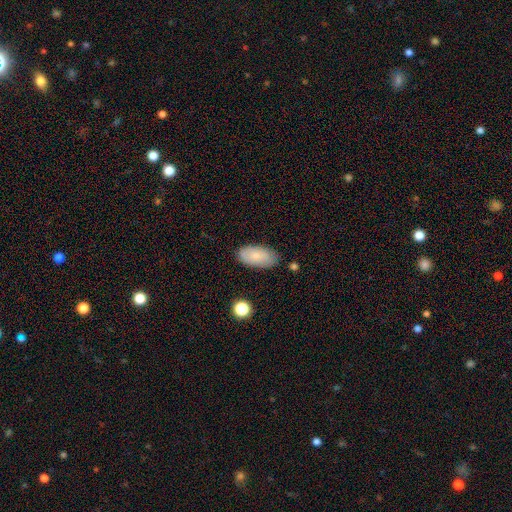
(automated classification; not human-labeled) Smooth or featured?
  - smooth: 80% *
  - featured or disk: 13%
  - star or artifact: 7%
How rounded?
  - in between: 93% *
  - cigar-shaped: 4%
  - round: 3%
Merging?
  - none: 79% *
  - minor disturbance: 16%
  - major disturbance: 3%
  - merger: 2%